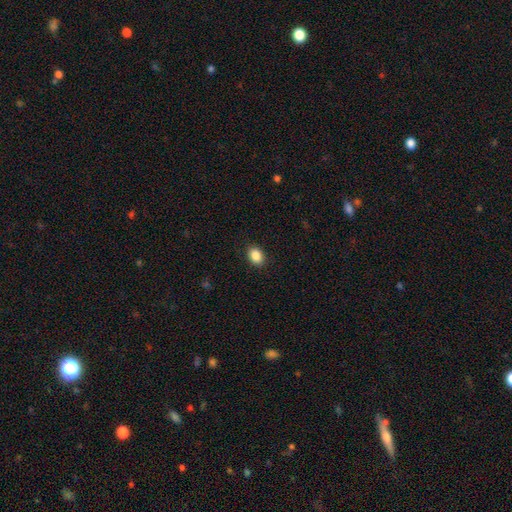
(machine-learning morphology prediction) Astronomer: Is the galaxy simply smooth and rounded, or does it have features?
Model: smooth — 87%.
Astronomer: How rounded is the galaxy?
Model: in between — 70%.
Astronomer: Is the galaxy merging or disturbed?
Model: none — 89%.